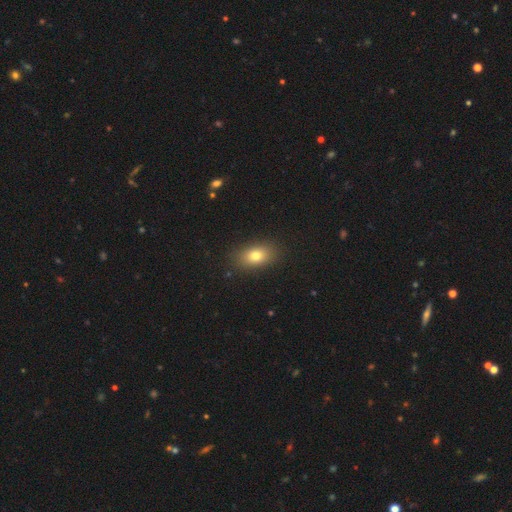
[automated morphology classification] Smooth or featured?
  - smooth: 77% *
  - featured or disk: 12%
  - star or artifact: 11%
How rounded?
  - in between: 82% *
  - round: 14%
  - cigar-shaped: 4%
Merging?
  - none: 87% *
  - minor disturbance: 9%
  - major disturbance: 3%
  - merger: 1%